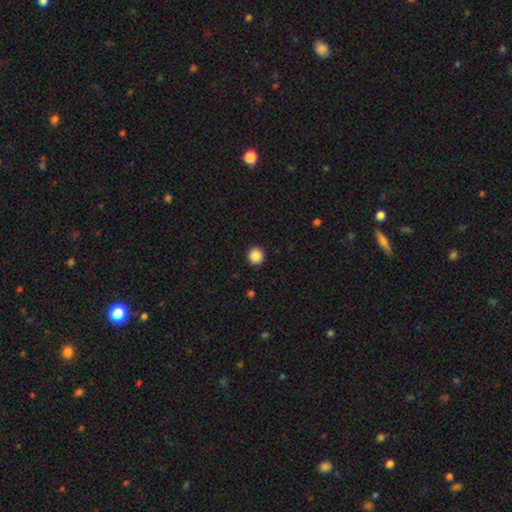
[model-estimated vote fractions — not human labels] Morphology: type=smooth (88%); roundness=round (93%); merging=none (92%).